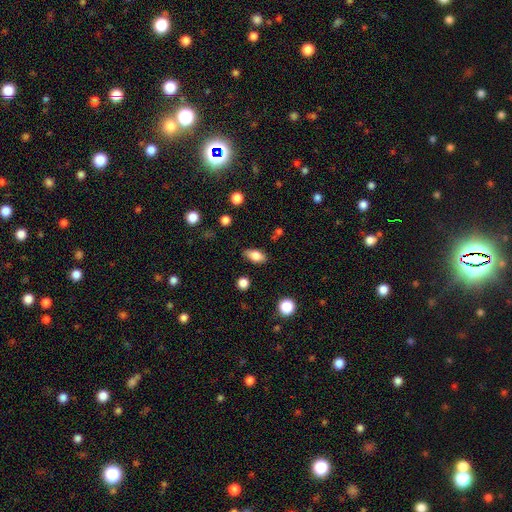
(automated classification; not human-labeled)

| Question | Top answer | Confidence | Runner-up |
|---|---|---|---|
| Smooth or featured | smooth | 79% | featured or disk (13%) |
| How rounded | in between | 86% | cigar-shaped (8%) |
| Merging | none | 82% | minor disturbance (13%) |